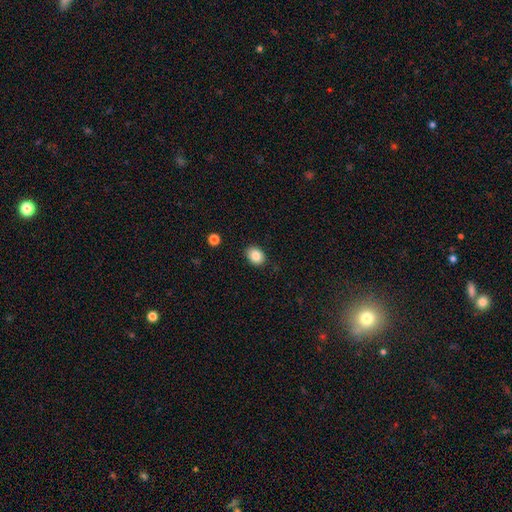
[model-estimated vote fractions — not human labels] Smooth or featured?
  - smooth: 86% *
  - star or artifact: 9%
  - featured or disk: 5%
How rounded?
  - in between: 65% *
  - round: 34%
  - cigar-shaped: 1%
Merging?
  - none: 87% *
  - minor disturbance: 10%
  - major disturbance: 2%
  - merger: 1%